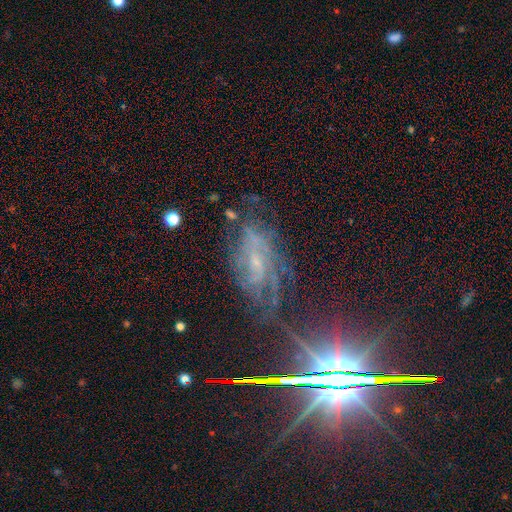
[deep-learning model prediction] Smooth or featured?
  - featured or disk: 54% *
  - star or artifact: 34%
  - smooth: 12%
Edge-on disk?
  - no: 82% *
  - yes: 18%
Merging?
  - none: 64% *
  - minor disturbance: 20%
  - major disturbance: 13%
  - merger: 3%